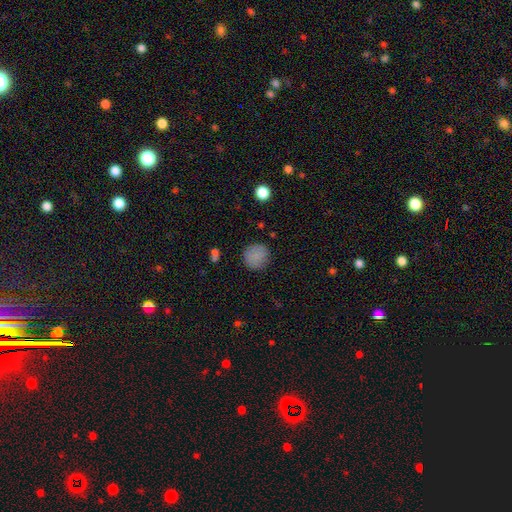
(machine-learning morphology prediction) Overall: smooth (83%). How rounded: round (91%). Merging: none (85%).